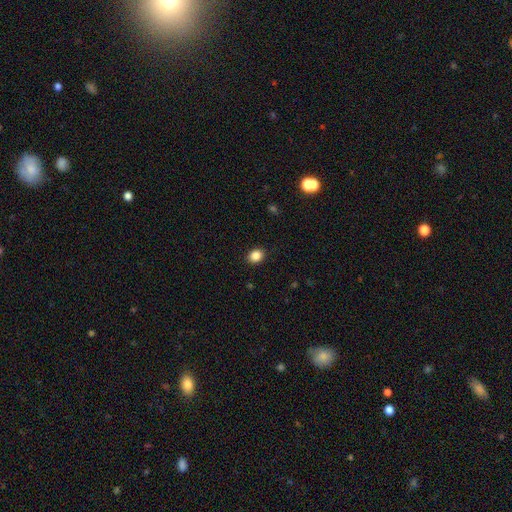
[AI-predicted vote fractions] smooth-or-featured: smooth: 87% | star or artifact: 10% | featured or disk: 4%
  how-rounded: in between: 51% | round: 48% | cigar-shaped: 1%
  merging: none: 90% | minor disturbance: 7% | major disturbance: 2% | merger: 1%